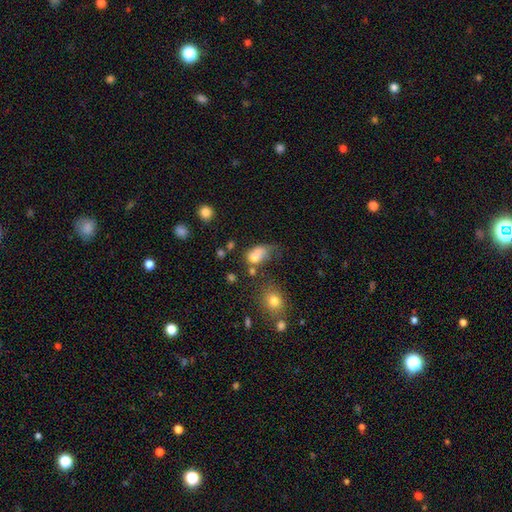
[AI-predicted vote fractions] smooth 69%, featured or disk 18%, star or artifact 13%. Down the decision tree: how rounded — in between (72%); merging — merger (28%).